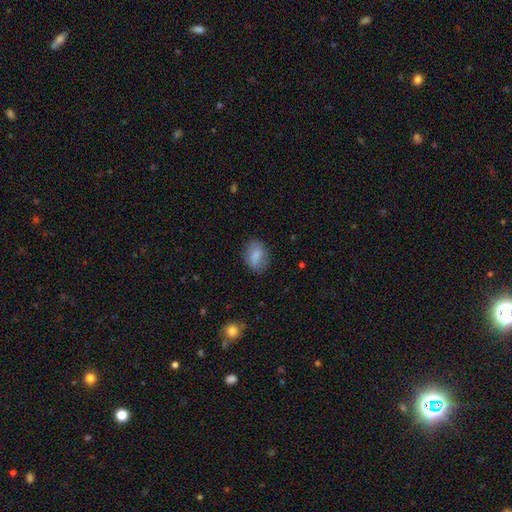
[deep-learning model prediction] The model was most divided on "how rounded": in between: 76%, round: 22%, cigar-shaped: 2%. More confident: merging — none (78%); smooth or featured — smooth (78%).